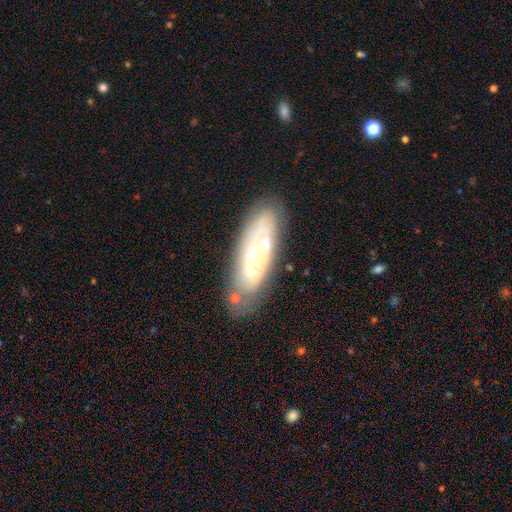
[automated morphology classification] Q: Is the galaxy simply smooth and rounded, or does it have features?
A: featured or disk — 64%.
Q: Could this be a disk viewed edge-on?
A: no — 81%.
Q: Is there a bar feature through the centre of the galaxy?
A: no — 69%.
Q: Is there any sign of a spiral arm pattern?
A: yes — 57%.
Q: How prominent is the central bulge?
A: moderate — 56%.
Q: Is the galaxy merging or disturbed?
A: none — 71%.